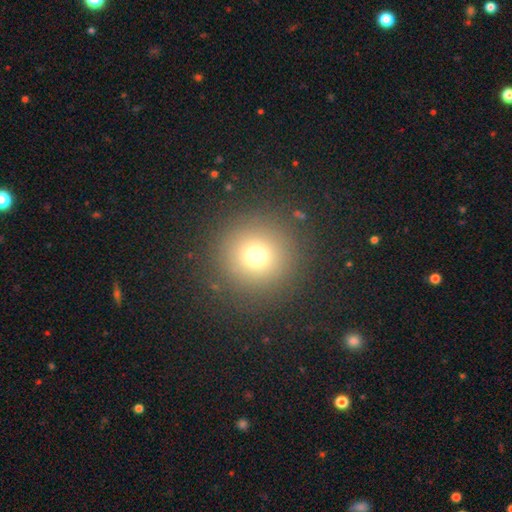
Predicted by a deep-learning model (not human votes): A smooth galaxy with no disk features (71%) that is round (96%).

Vote fractions:
- Smooth or featured? smooth: 71% / star or artifact: 19% / featured or disk: 10%
- How rounded? round: 96% / in between: 3% / cigar-shaped: 1%
- Merging? none: 88% / minor disturbance: 6% / major disturbance: 4% / merger: 1%